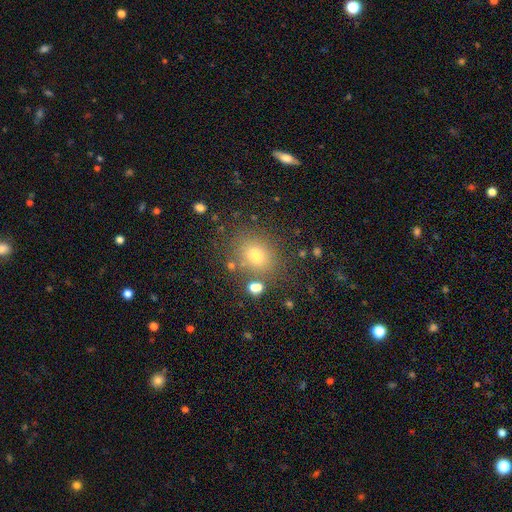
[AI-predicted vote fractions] This appears to be a smooth galaxy with no disk features (73%) that is round (59%). Merging: none (79%).